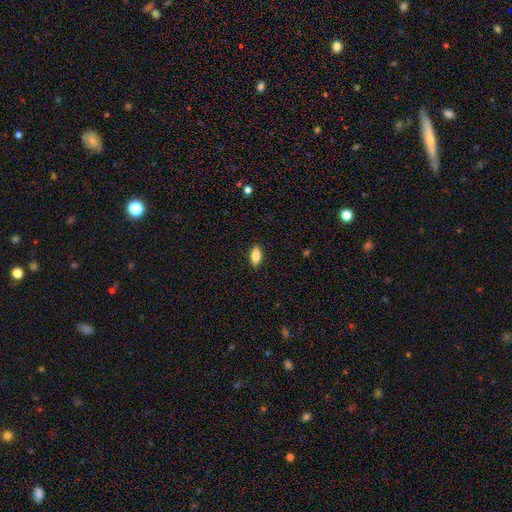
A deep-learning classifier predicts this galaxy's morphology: Smooth or featured: smooth — 80% (featured or disk — 13%)
How rounded: in between — 82% (cigar-shaped — 15%)
Merging: none — 89% (minor disturbance — 8%)